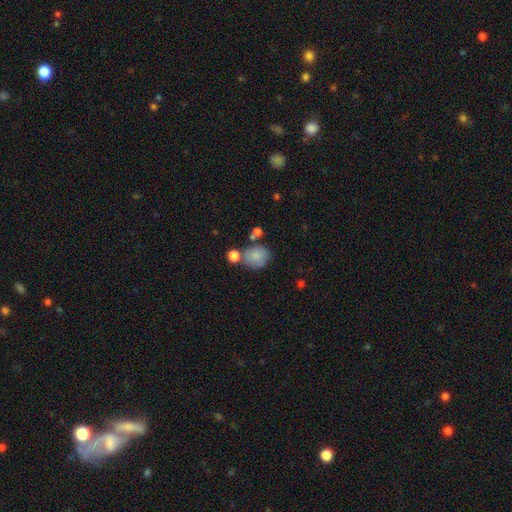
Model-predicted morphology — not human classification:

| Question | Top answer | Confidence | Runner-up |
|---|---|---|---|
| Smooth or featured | smooth | 81% | featured or disk (10%) |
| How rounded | round | 70% | in between (29%) |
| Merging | none | 61% | merger (17%) |